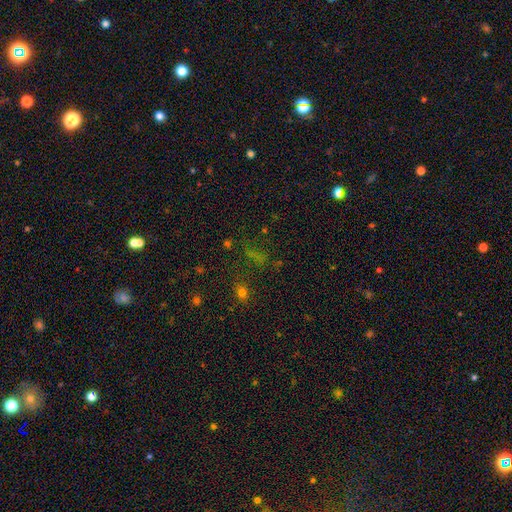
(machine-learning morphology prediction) type=star or artifact (50%).